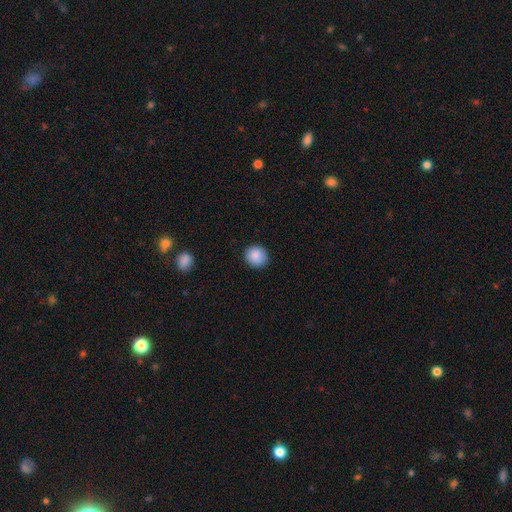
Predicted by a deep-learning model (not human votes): smooth_or_featured: smooth (p=0.88) [alt: star or artifact p=0.08]
how_rounded: round (p=0.87) [alt: in between p=0.13]
merging: none (p=0.89) [alt: minor disturbance p=0.08]